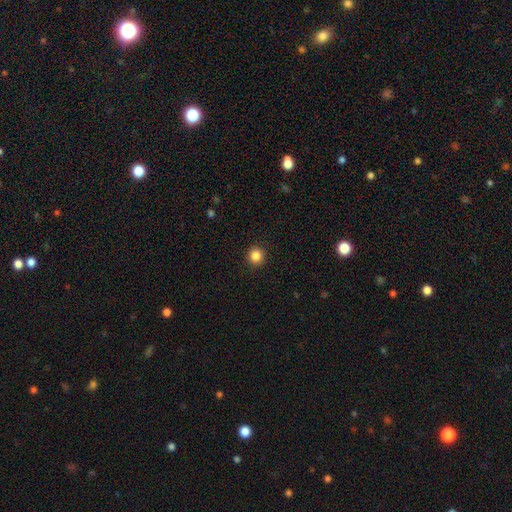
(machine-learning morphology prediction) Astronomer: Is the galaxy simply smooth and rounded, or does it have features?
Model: smooth — 85%.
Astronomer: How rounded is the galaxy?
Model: round — 94%.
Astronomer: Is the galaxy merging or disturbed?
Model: none — 93%.